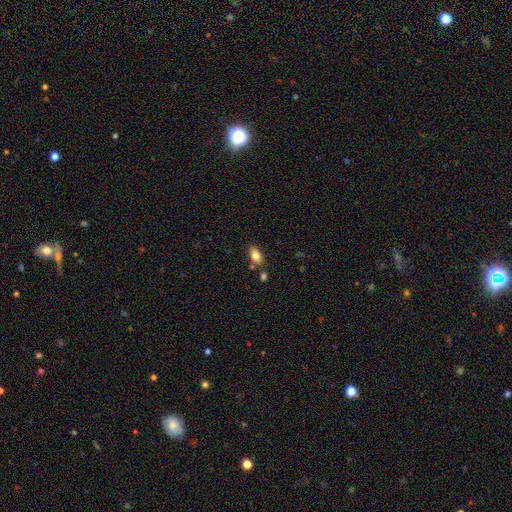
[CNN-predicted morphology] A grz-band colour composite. It shows a smooth galaxy with no disk features (79%) that is in between round and cigar-shaped (88%). Merging: none (74%).